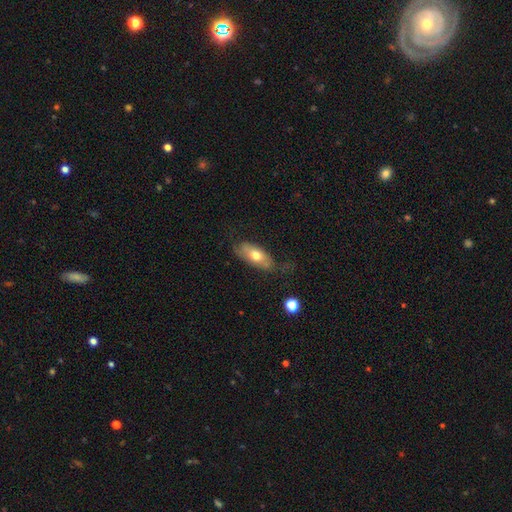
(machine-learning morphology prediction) This appears to be a smooth galaxy with no disk features (59%) that is in between round and cigar-shaped (83%). Merging: none (60%).